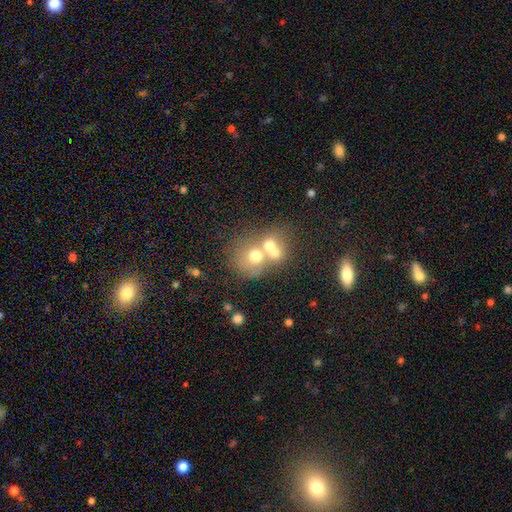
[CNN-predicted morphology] Q: Smooth or featured?
A: smooth (57%); runner-up: featured or disk (29%)
Q: How rounded?
A: round (72%); runner-up: in between (27%)
Q: Merging?
A: merger (63%); runner-up: none (26%)